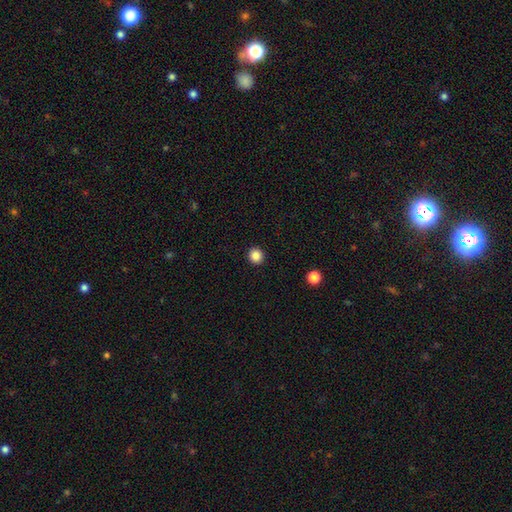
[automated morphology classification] smooth_or_featured: smooth (p=0.86) [alt: star or artifact p=0.11]
how_rounded: round (p=0.92) [alt: in between p=0.07]
merging: none (p=0.93) [alt: minor disturbance p=0.04]